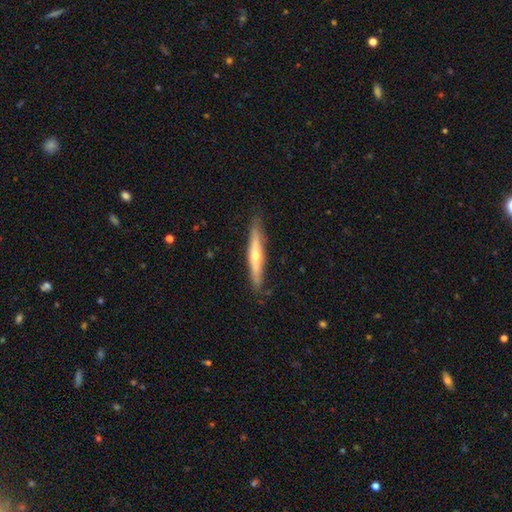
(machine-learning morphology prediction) Q: Smooth or featured?
A: featured or disk (62%); runner-up: smooth (32%)
Q: Edge-on disk?
A: yes (92%); runner-up: no (8%)
Q: Edge-on bulge?
A: rounded (83%); runner-up: none (15%)
Q: Merging?
A: none (85%); runner-up: minor disturbance (12%)